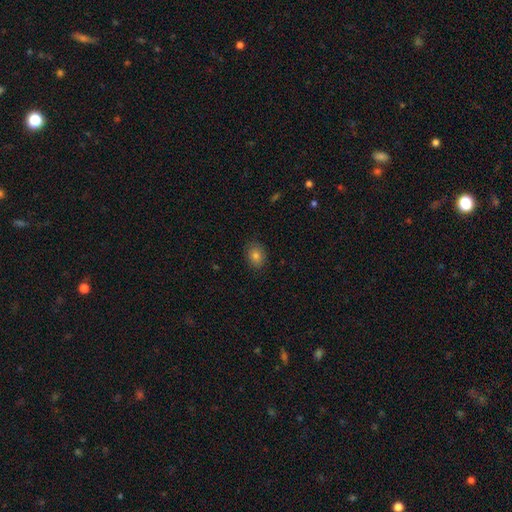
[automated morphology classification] smooth 81%, star or artifact 11%, featured or disk 8%. Down the decision tree: how rounded — in between (65%); merging — none (86%).